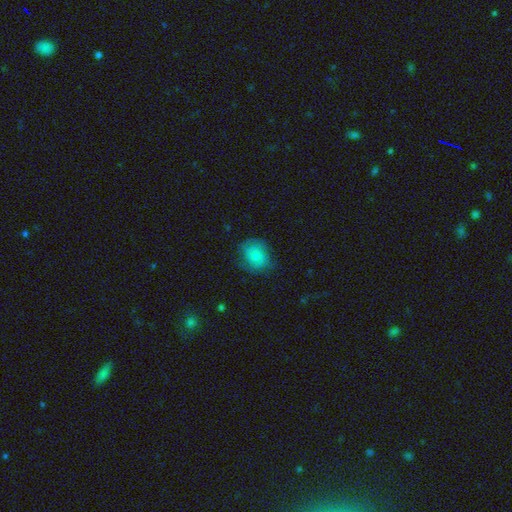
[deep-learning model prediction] Smooth or featured: smooth — 73% (featured or disk — 20%)
How rounded: round — 62% (in between — 37%)
Merging: none — 68% (minor disturbance — 23%)